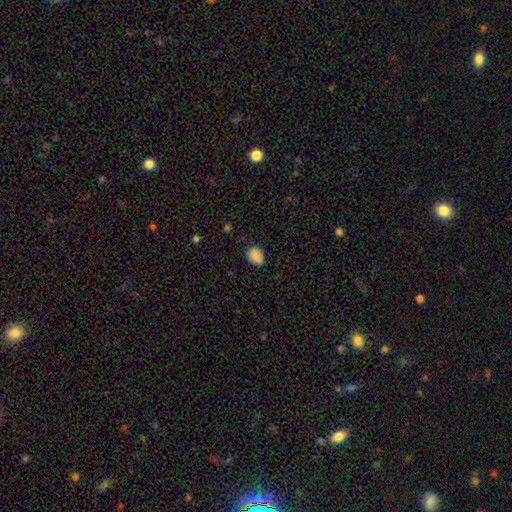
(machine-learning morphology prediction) Q: Smooth or featured?
A: smooth (88%); runner-up: star or artifact (8%)
Q: How rounded?
A: in between (78%); runner-up: round (21%)
Q: Merging?
A: none (81%); runner-up: minor disturbance (15%)